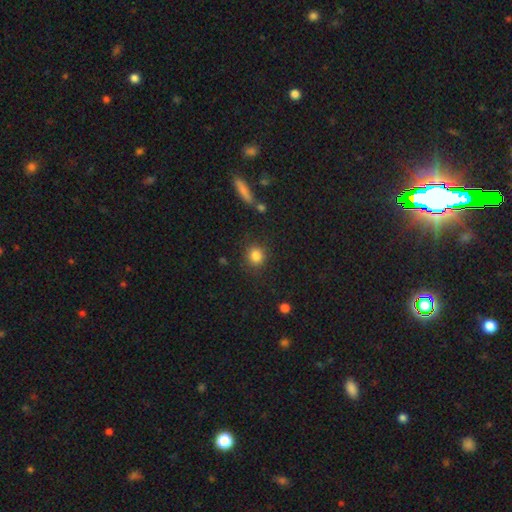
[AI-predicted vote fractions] smooth 85%, star or artifact 10%, featured or disk 5%. Down the decision tree: how rounded — round (86%); merging — none (85%).